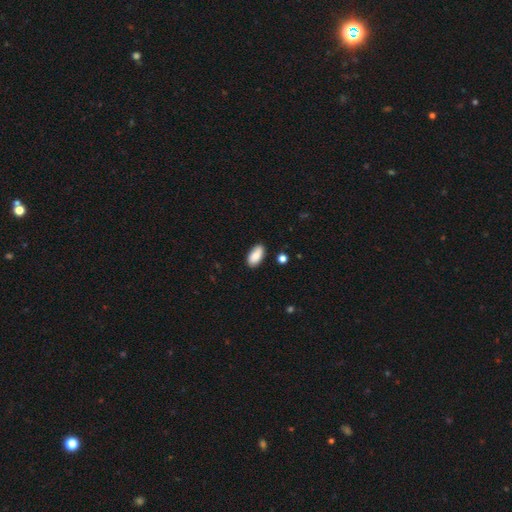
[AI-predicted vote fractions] smooth 87%, featured or disk 7%, star or artifact 7%. Down the decision tree: how rounded — in between (92%); merging — none (82%).